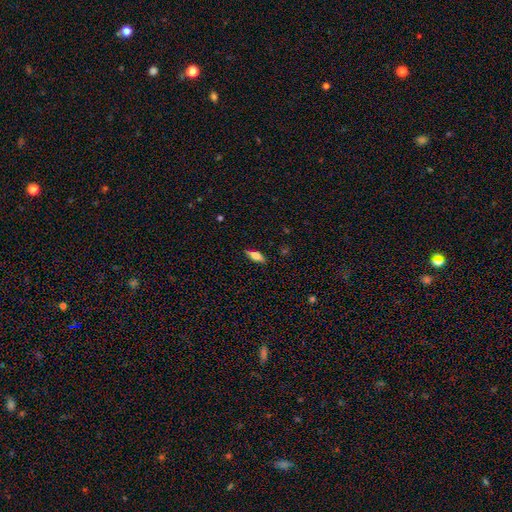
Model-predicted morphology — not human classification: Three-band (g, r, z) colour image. It shows a smooth galaxy with no disk features (60%) that is in between round and cigar-shaped (70%). Merging: none (85%).